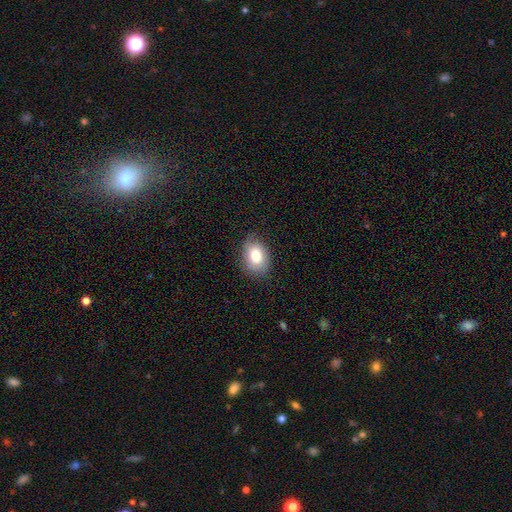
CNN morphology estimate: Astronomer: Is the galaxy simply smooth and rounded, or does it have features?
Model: smooth — 79%.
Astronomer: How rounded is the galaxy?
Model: in between — 78%.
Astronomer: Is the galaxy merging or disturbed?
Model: none — 77%.